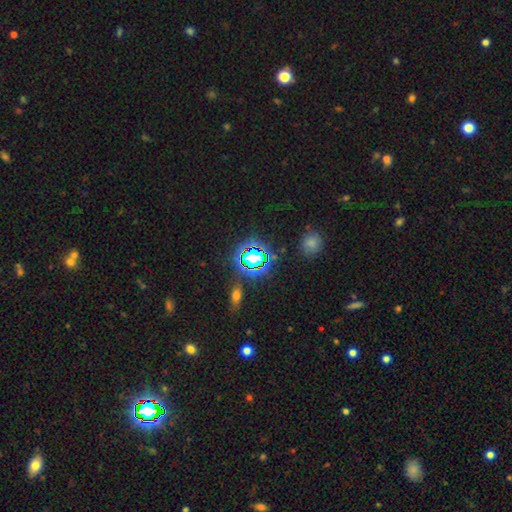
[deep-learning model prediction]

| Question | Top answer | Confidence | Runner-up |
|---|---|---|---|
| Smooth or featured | star or artifact | 68% | smooth (21%) |